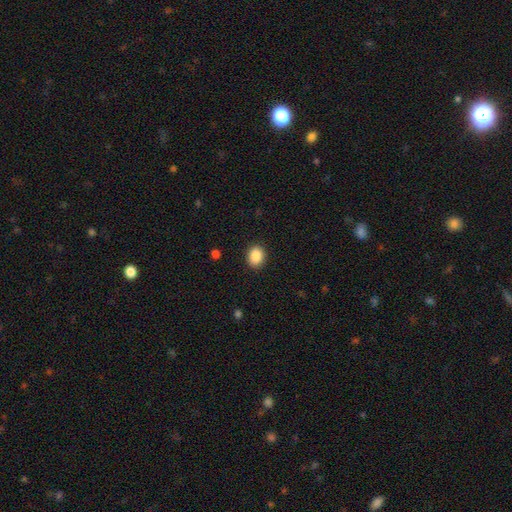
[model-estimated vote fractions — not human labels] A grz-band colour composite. It shows a smooth galaxy with no disk features (89%) that is in between round and cigar-shaped (55%). Merging: none (89%).